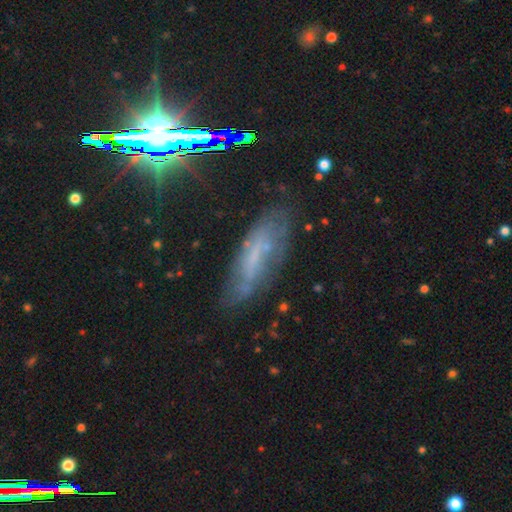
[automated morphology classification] This is marginally a featured or disk galaxy (44%). Merging: likely none (64%).